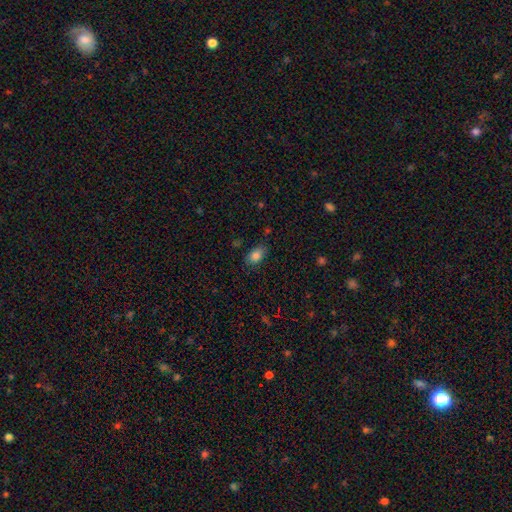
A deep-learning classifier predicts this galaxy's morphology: A smooth galaxy with no disk features (83%) that is in between round and cigar-shaped (88%).

Vote fractions:
- Smooth or featured? smooth: 83% / star or artifact: 9% / featured or disk: 7%
- How rounded? in between: 88% / round: 10% / cigar-shaped: 2%
- Merging? none: 81% / minor disturbance: 15% / major disturbance: 3% / merger: 2%